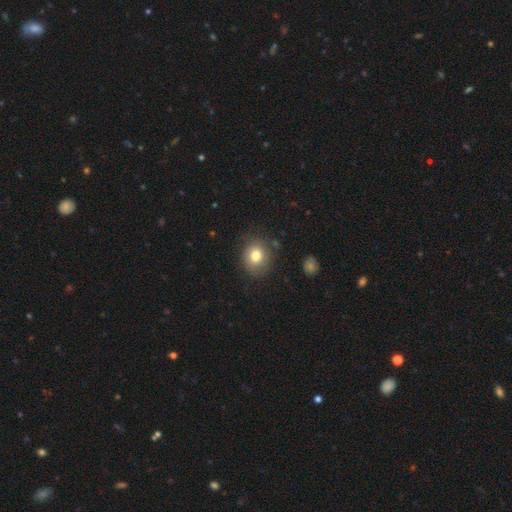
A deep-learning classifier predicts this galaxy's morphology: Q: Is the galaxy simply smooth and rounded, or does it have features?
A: smooth — 78%.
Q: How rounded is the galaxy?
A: round — 69%.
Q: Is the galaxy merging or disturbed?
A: none — 80%.